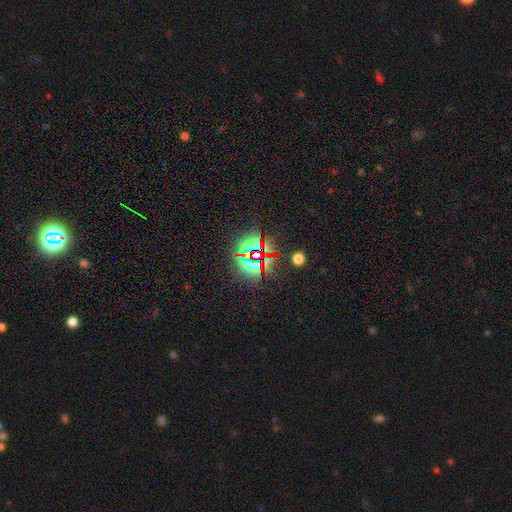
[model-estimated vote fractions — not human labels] Smooth or featured? Predicted: star or artifact (p=0.73).